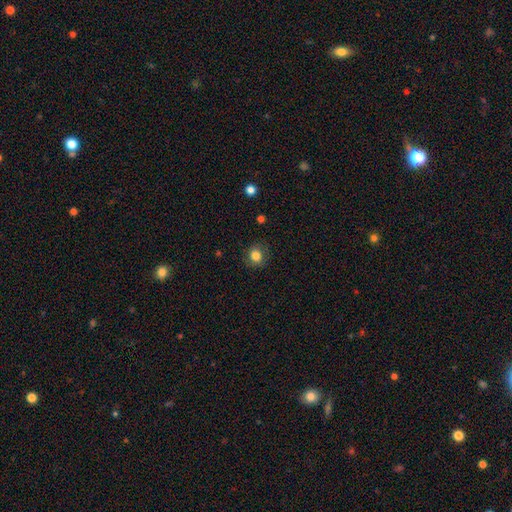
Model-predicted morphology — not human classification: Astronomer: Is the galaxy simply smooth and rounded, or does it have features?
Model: smooth — 82%.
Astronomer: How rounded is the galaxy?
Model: round — 76%.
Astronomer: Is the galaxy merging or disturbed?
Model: none — 82%.